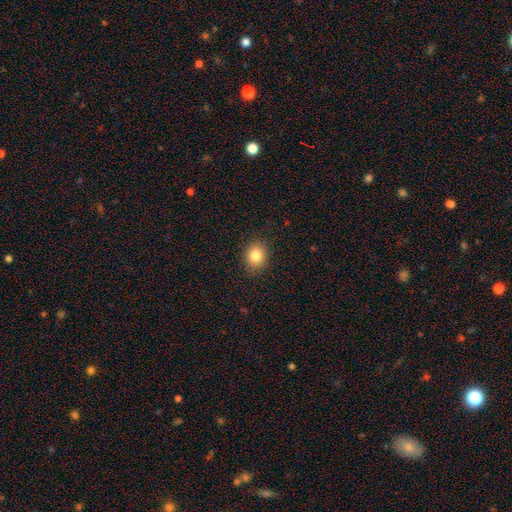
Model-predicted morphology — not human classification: Smooth or featured? Predicted: smooth (p=0.83). How rounded? Predicted: round (p=0.60). Merging? Predicted: none (p=0.89).